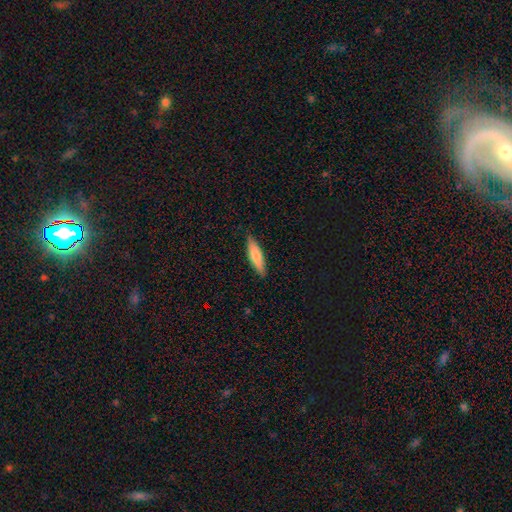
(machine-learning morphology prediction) The model was most divided on "how rounded": cigar-shaped: 69%, in between: 29%, round: 2%. More confident: merging — none (87%); smooth or featured — smooth (73%).